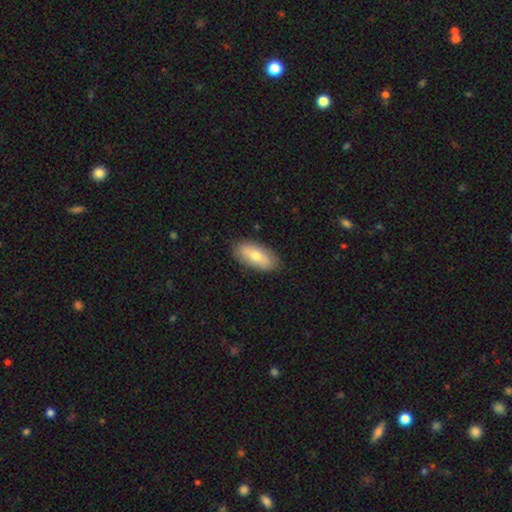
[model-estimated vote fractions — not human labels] This appears to be a smooth galaxy with no disk features (69%) that is in between round and cigar-shaped (87%). Merging: none (87%).